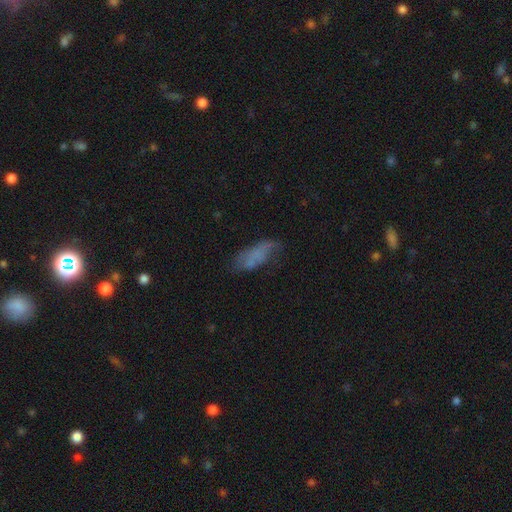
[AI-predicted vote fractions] Smooth or featured? Predicted: smooth (p=0.60). How rounded? Predicted: in between (p=0.73). Merging? Predicted: none (p=0.47).